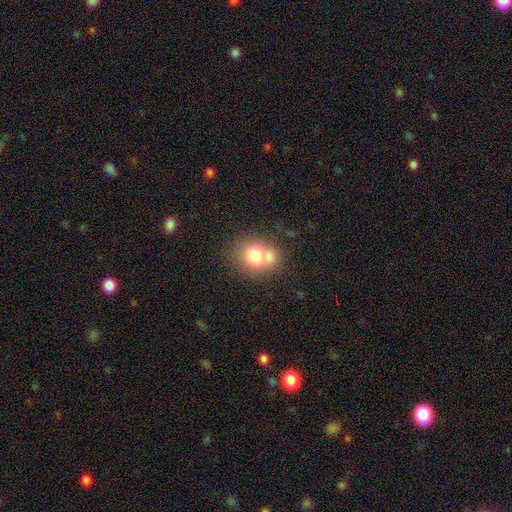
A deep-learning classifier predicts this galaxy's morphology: Overall: smooth (73%). How rounded: round (68%; in between 32%). Merging: merger (44%; none 39%).